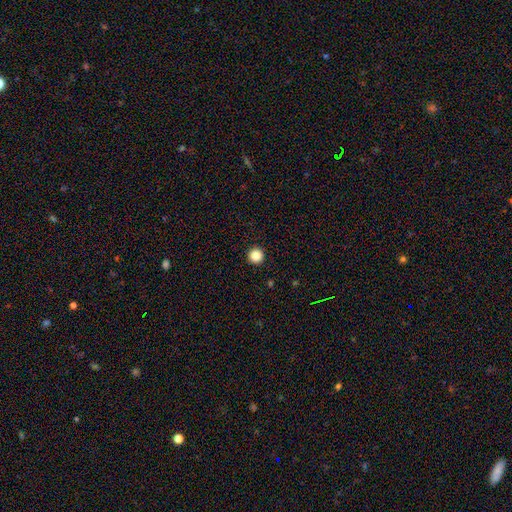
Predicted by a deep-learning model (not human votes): Overall: smooth (86%). How rounded: round (97%). Merging: none (94%).